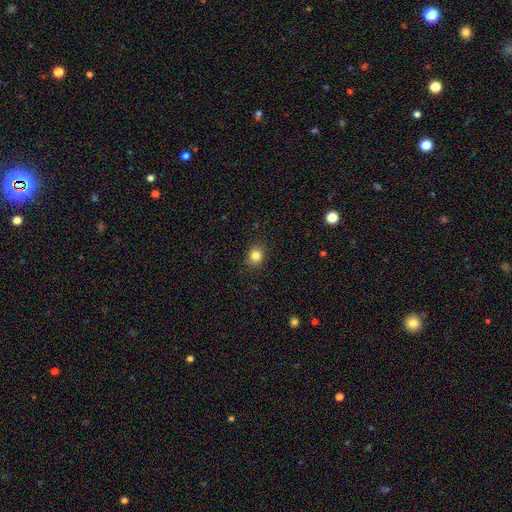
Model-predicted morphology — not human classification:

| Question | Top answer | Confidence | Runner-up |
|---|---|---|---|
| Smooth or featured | smooth | 84% | star or artifact (11%) |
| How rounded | round | 75% | in between (24%) |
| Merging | none | 87% | minor disturbance (9%) |